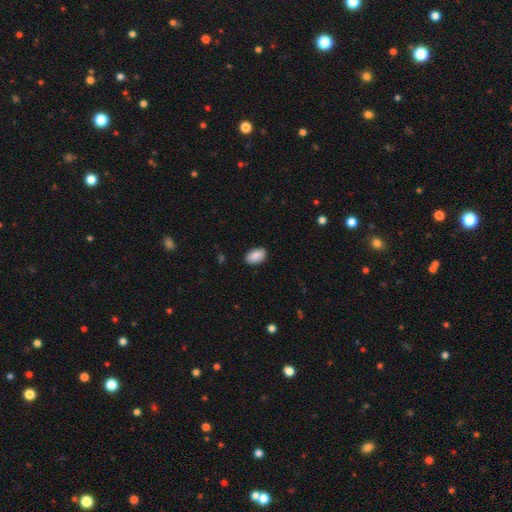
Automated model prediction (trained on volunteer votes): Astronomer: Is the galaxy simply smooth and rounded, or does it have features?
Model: smooth — 89%.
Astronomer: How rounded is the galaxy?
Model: in between — 93%.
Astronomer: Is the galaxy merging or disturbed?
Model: none — 88%.